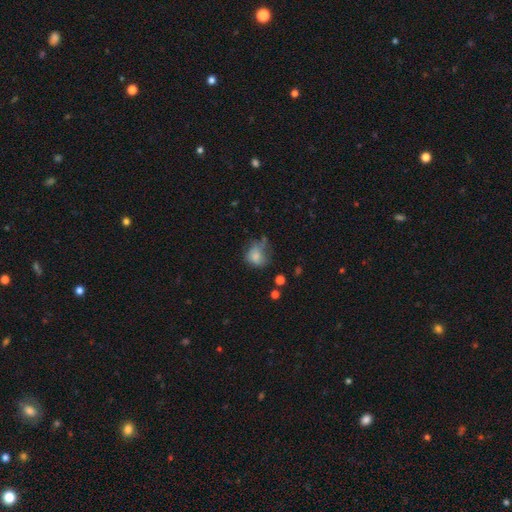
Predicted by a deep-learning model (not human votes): The model was most divided on "merging": none: 37%, minor disturbance: 32%, major disturbance: 22%, merger: 9%. More confident: smooth or featured — smooth (75%); how rounded — round (56%).